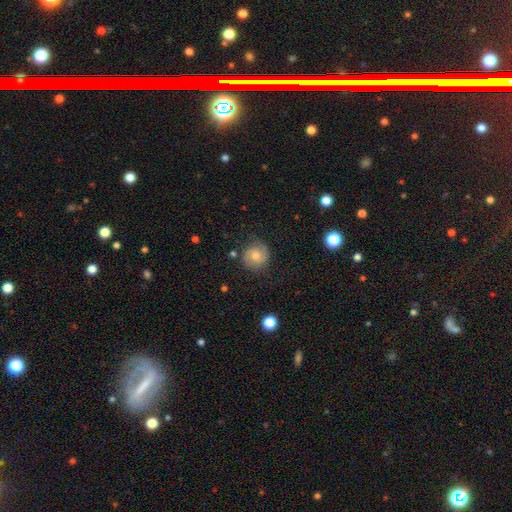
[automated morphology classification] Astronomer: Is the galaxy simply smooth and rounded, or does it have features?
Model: smooth — 49% (runner-up: featured or disk, 42%).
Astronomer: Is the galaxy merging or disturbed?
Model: none — 77%.